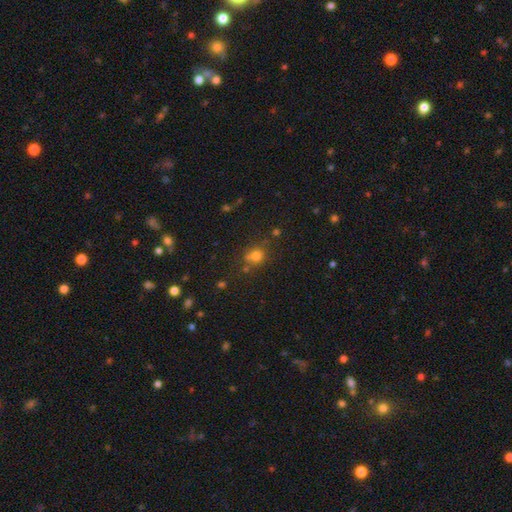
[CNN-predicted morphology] Smooth or featured? smooth (73%)
How rounded? round (79%)
Merging? none (66%)